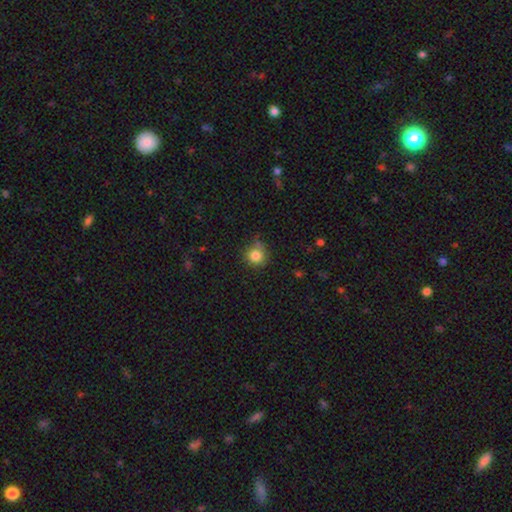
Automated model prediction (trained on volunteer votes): smooth 82%, star or artifact 11%, featured or disk 6%. Down the decision tree: how rounded — round (90%); merging — none (69%).